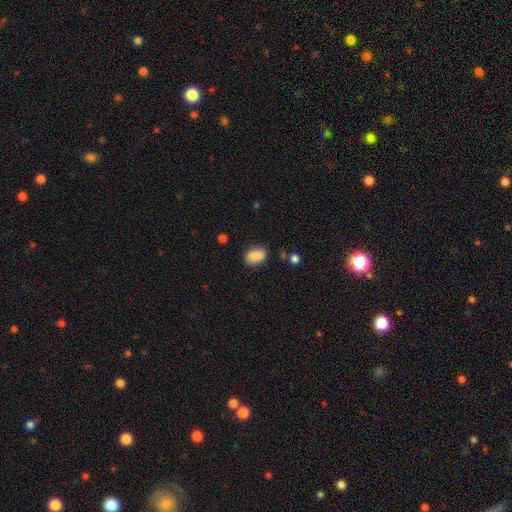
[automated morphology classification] smooth_or_featured: smooth (p=0.88) [alt: star or artifact p=0.08]
how_rounded: in between (p=0.84) [alt: round p=0.15]
merging: none (p=0.79) [alt: minor disturbance p=0.15]